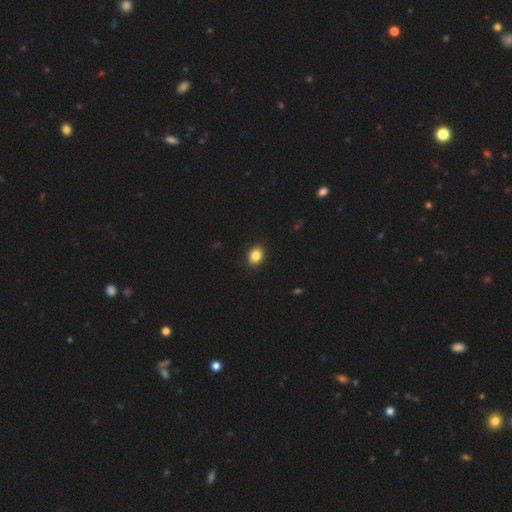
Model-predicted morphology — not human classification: Smooth or featured?
  - smooth: 85% *
  - star or artifact: 9%
  - featured or disk: 5%
How rounded?
  - in between: 66% *
  - round: 33%
  - cigar-shaped: 1%
Merging?
  - none: 91% *
  - minor disturbance: 7%
  - major disturbance: 2%
  - merger: 1%